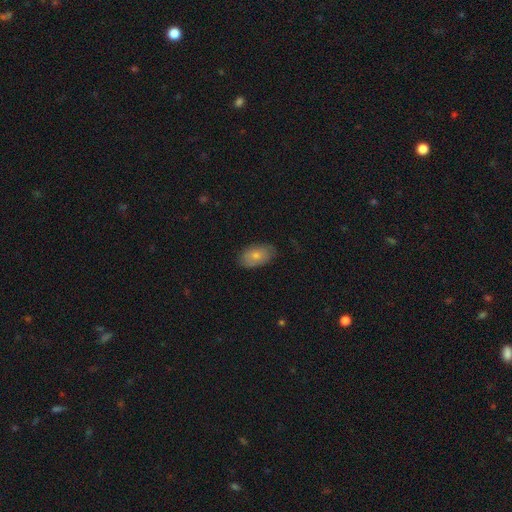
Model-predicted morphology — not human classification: Smooth or featured?
  - smooth: 74% *
  - featured or disk: 19%
  - star or artifact: 7%
How rounded?
  - in between: 92% *
  - round: 6%
  - cigar-shaped: 2%
Merging?
  - none: 79% *
  - minor disturbance: 17%
  - major disturbance: 4%
  - merger: 1%